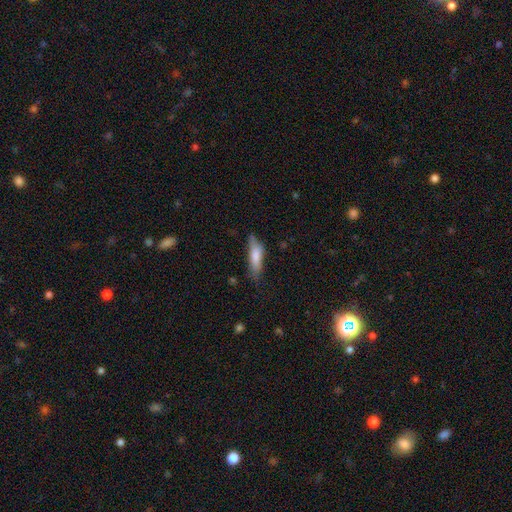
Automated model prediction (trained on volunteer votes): smooth_or_featured: smooth (p=0.75) [alt: featured or disk p=0.19]
how_rounded: cigar-shaped (p=0.57) [alt: in between p=0.41]
merging: none (p=0.58) [alt: minor disturbance p=0.30]